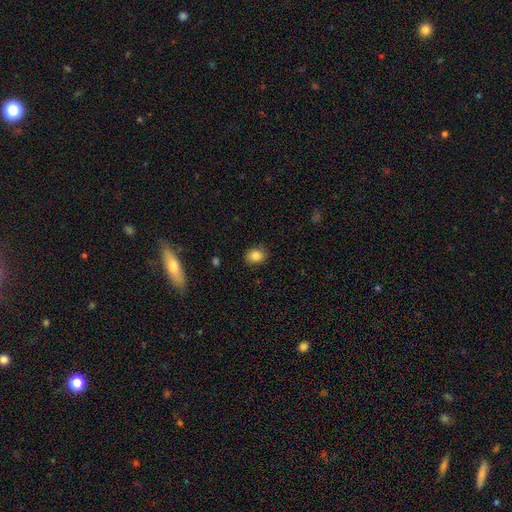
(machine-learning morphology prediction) smooth 84%, star or artifact 10%, featured or disk 6%. Down the decision tree: how rounded — in between (53%); merging — none (86%).